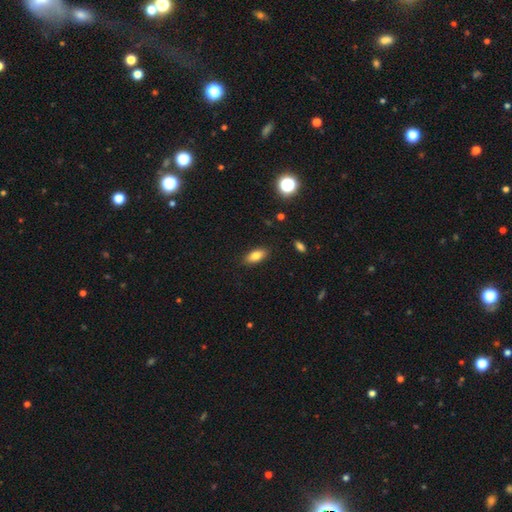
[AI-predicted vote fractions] Smooth or featured: smooth — 80% (featured or disk — 12%)
How rounded: in between — 85% (cigar-shaped — 11%)
Merging: none — 87% (minor disturbance — 9%)